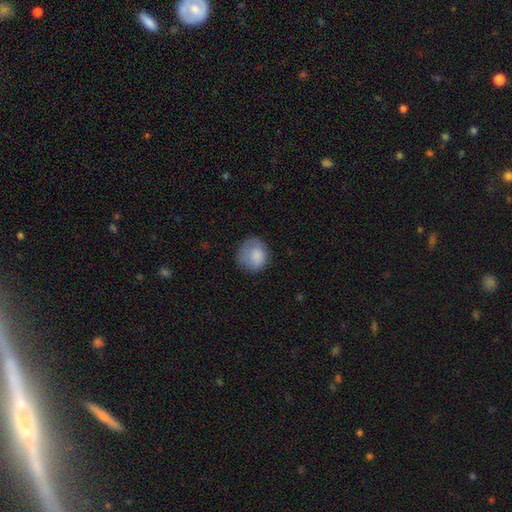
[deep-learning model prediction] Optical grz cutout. It shows a smooth galaxy with no disk features (82%) that is round (76%). Merging: none (61%).